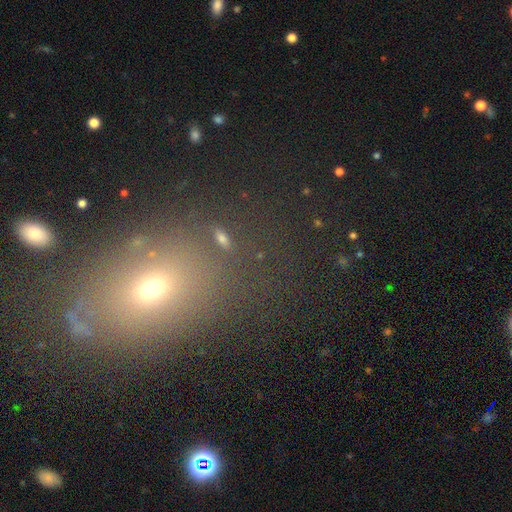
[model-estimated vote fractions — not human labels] smooth_or_featured: smooth (p=0.54) [alt: star or artifact p=0.30]
how_rounded: in between (p=0.66) [alt: round p=0.30]
merging: none (p=0.76) [alt: minor disturbance p=0.12]